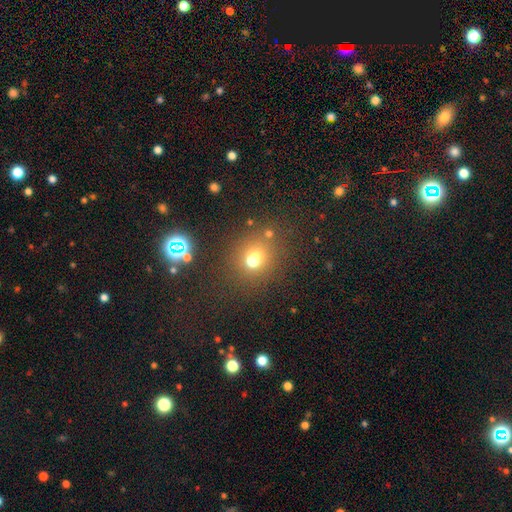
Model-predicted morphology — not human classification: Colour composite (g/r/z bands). It shows a smooth galaxy with no disk features (63%) that is round (68%). Merging: none (56%).